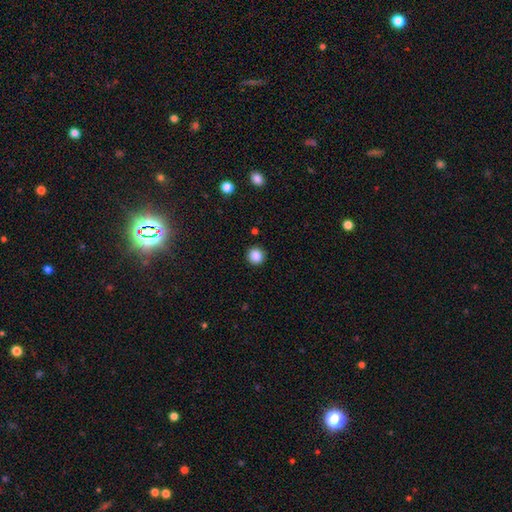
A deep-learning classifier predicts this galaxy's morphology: Smooth or featured?
  - smooth: 87% *
  - star or artifact: 10%
  - featured or disk: 3%
How rounded?
  - round: 94% *
  - in between: 5%
  - cigar-shaped: 1%
Merging?
  - none: 92% *
  - minor disturbance: 5%
  - major disturbance: 2%
  - merger: 1%